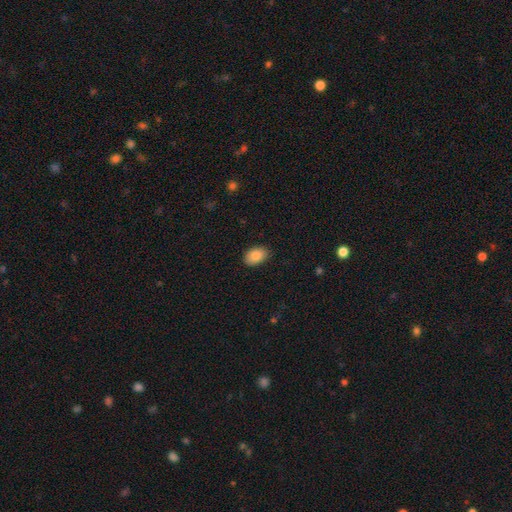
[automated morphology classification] A smooth galaxy with no disk features (87%) that is in between round and cigar-shaped (87%).

Vote fractions:
- Smooth or featured? smooth: 87% / star or artifact: 7% / featured or disk: 6%
- How rounded? in between: 87% / round: 12% / cigar-shaped: 1%
- Merging? none: 85% / minor disturbance: 12% / major disturbance: 2% / merger: 1%